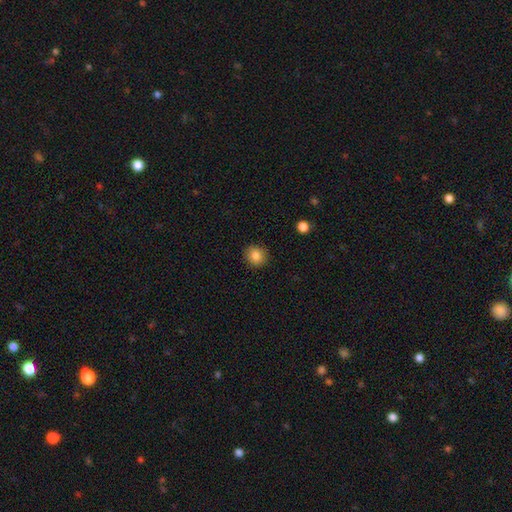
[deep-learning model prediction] Smooth or featured? smooth (85%)
How rounded? round (84%)
Merging? none (91%)